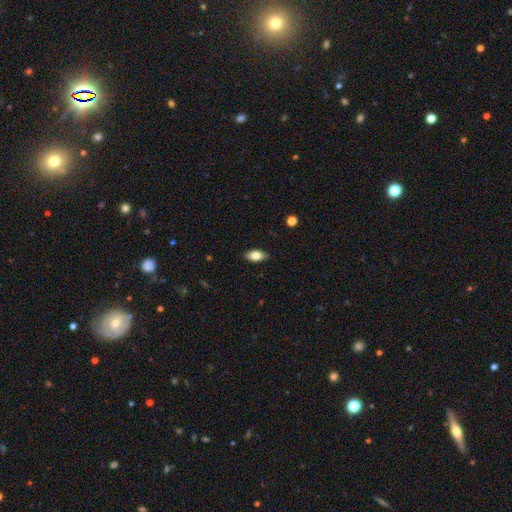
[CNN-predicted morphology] smooth-or-featured: smooth: 75% | featured or disk: 18% | star or artifact: 7%
  how-rounded: in between: 88% | cigar-shaped: 8% | round: 4%
  merging: none: 87% | minor disturbance: 10% | major disturbance: 2% | merger: 1%